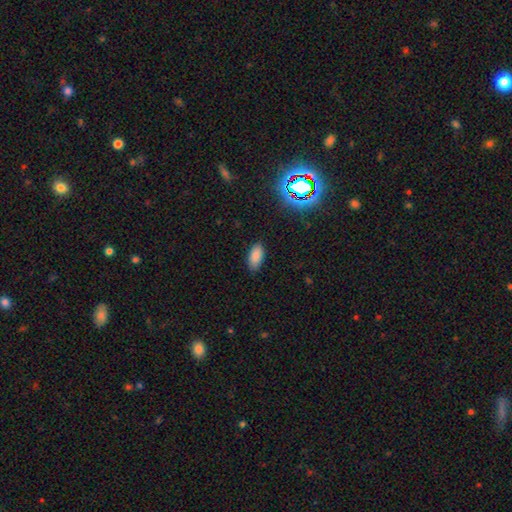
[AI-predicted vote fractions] Smooth or featured?
  - smooth: 84% *
  - star or artifact: 11%
  - featured or disk: 4%
How rounded?
  - in between: 91% *
  - cigar-shaped: 6%
  - round: 3%
Merging?
  - none: 85% *
  - minor disturbance: 11%
  - major disturbance: 3%
  - merger: 1%